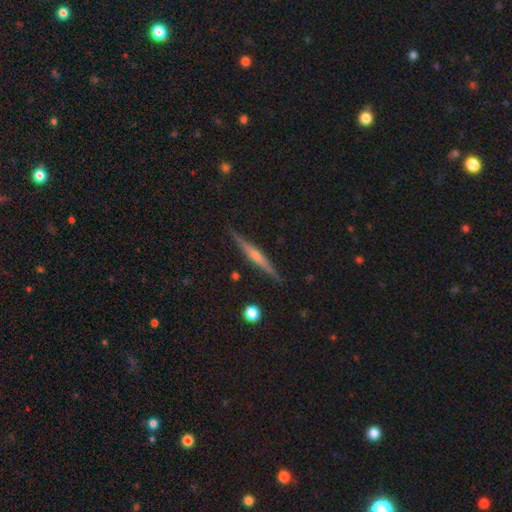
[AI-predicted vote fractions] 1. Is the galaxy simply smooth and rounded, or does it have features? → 72% featured or disk, 22% smooth, 7% star or artifact.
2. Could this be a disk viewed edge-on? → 98% yes, 2% no.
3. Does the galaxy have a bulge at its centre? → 66% rounded, 22% none, 12% boxy.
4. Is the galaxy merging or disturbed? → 89% none, 8% minor disturbance, 2% major disturbance, 1% merger.